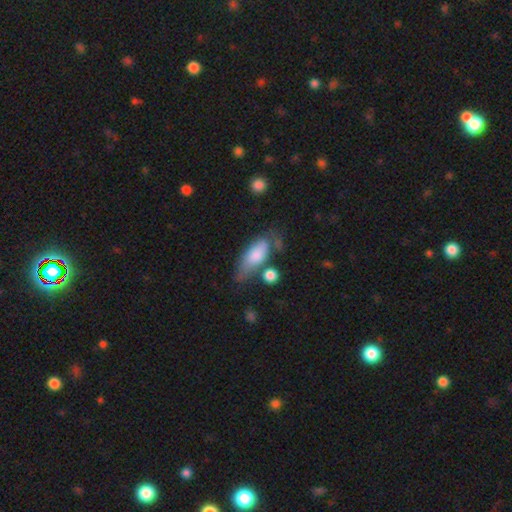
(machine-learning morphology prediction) This is likely a smooth galaxy (76%). How rounded: likely in between (78%). Merging: possibly none (48%).